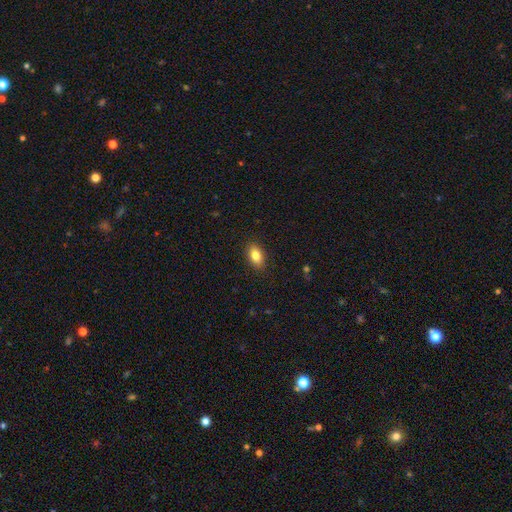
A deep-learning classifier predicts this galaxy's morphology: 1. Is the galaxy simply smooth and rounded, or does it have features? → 82% smooth, 10% featured or disk, 8% star or artifact.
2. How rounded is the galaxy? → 87% in between, 10% round, 3% cigar-shaped.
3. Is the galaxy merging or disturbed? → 88% none, 9% minor disturbance, 2% major disturbance, 1% merger.